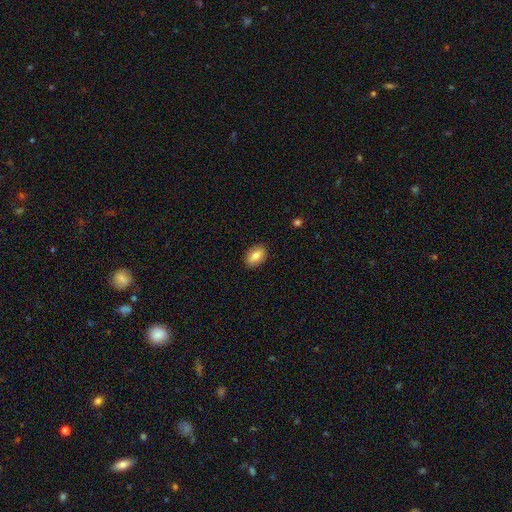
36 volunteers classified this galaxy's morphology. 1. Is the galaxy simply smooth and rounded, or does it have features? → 75% smooth, 22% featured or disk, 3% star or artifact.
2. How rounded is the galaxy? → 93% in between, 4% round, 4% cigar-shaped.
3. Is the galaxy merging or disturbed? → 94% none, 6% minor disturbance, 0% major disturbance, 0% merger.